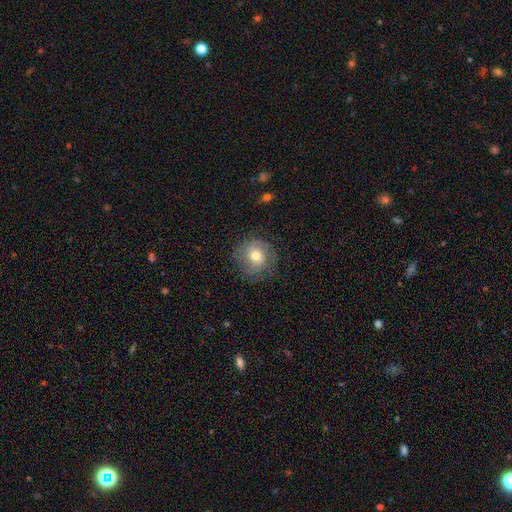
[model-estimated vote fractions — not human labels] A smooth galaxy with no disk features (61%) that is round (88%). Merging: none (73%).